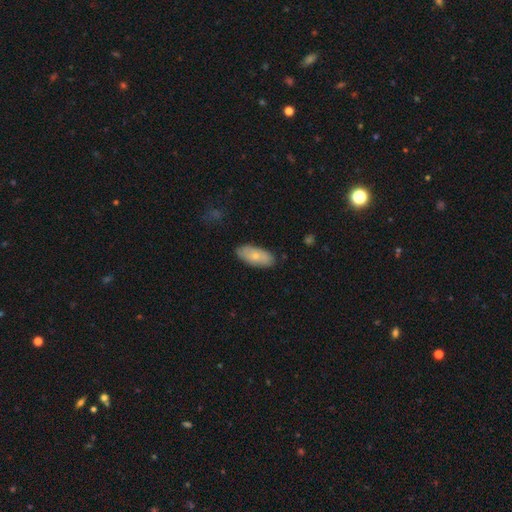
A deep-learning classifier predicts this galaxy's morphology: Smooth or featured? Predicted: smooth (p=0.70). How rounded? Predicted: in between (p=0.88). Merging? Predicted: none (p=0.83).